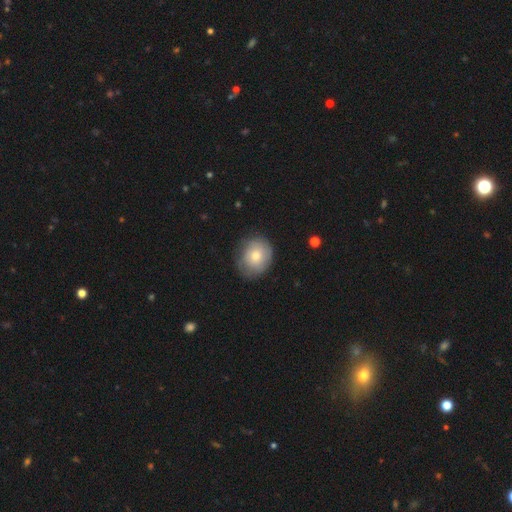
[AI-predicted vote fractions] Q: Smooth or featured?
A: smooth (73%); runner-up: featured or disk (20%)
Q: How rounded?
A: round (65%); runner-up: in between (34%)
Q: Merging?
A: none (74%); runner-up: minor disturbance (20%)